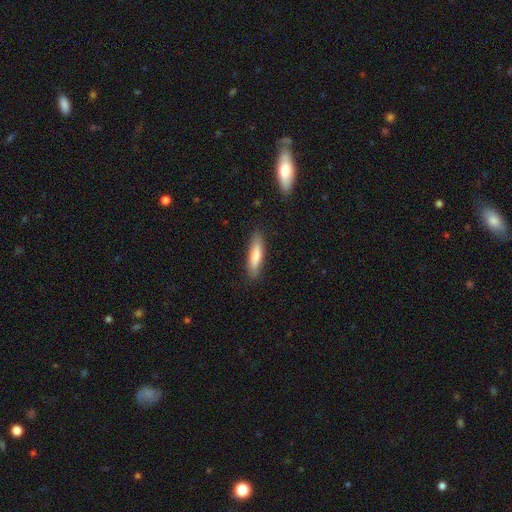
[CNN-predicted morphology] The model was most divided on "how rounded": cigar-shaped: 74%, in between: 25%, round: 1%. More confident: merging — none (86%); smooth or featured — smooth (80%).